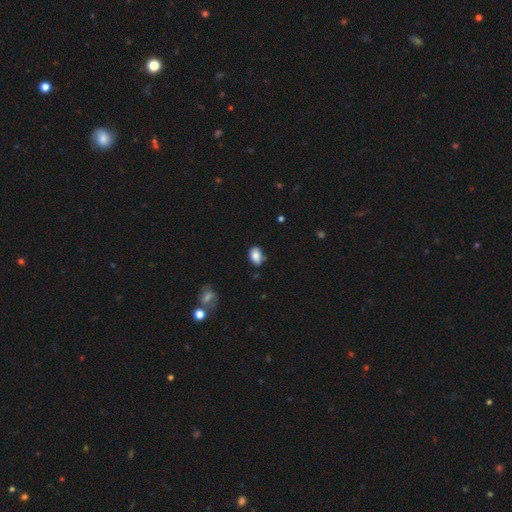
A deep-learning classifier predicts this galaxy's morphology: A smooth galaxy with no disk features (83%) that is in between round and cigar-shaped (87%). Merging: none (70%).